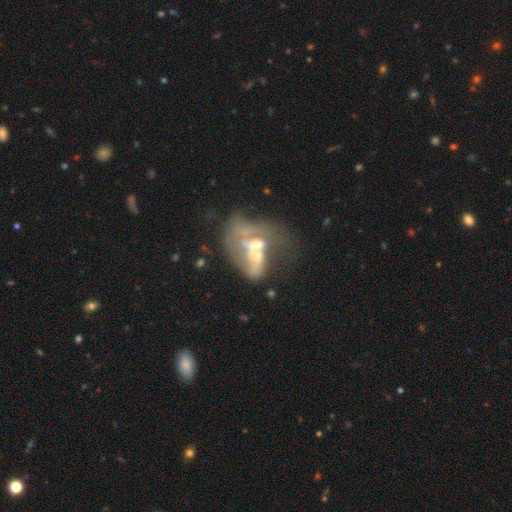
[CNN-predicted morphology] This appears to be a featured or disk galaxy (62%) with no bar (73%), no spiral arms (70%) and a moderate central bulge (54%). Merging: merger (60%).